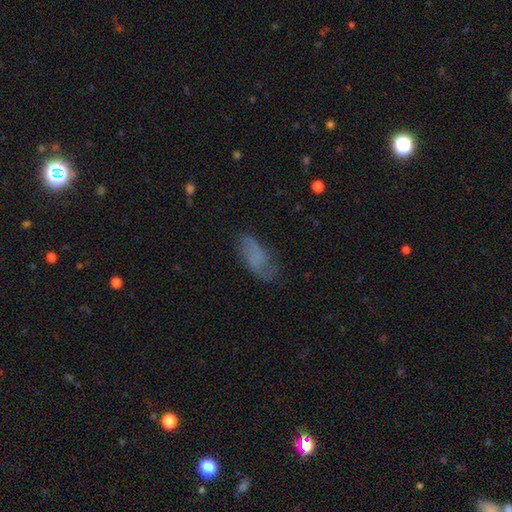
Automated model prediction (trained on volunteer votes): smooth-or-featured: smooth: 51% | featured or disk: 38% | star or artifact: 11%
  how-rounded: in between: 86% | cigar-shaped: 11% | round: 3%
  merging: none: 65% | minor disturbance: 23% | major disturbance: 10% | merger: 2%